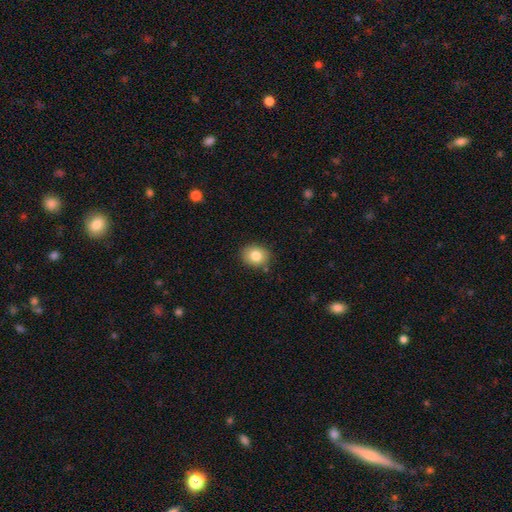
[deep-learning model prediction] smooth_or_featured: smooth (p=0.82) [alt: star or artifact p=0.09]
how_rounded: round (p=0.57) [alt: in between p=0.42]
merging: none (p=0.85) [alt: minor disturbance p=0.10]